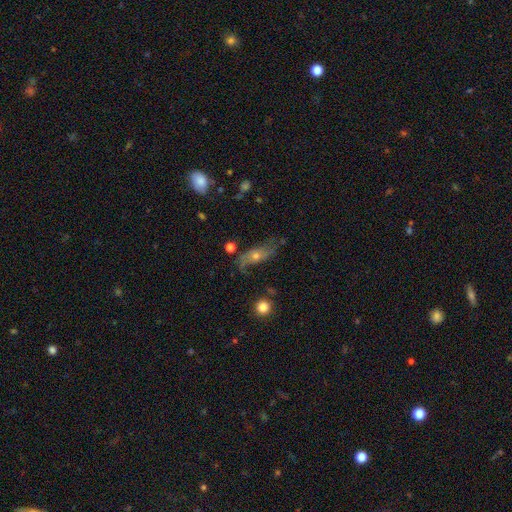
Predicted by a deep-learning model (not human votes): A featured or disk galaxy (52%). Merging: none (54%).